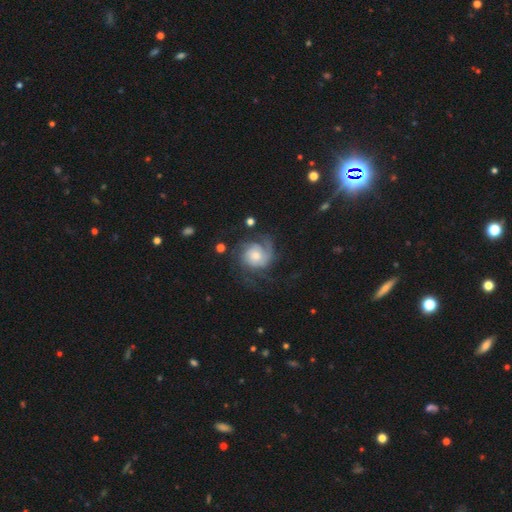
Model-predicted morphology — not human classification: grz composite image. It shows a featured or disk galaxy (76%) with no bar (76%), 2 (29%) tight (44%) spiral arms (93%) and a moderate central bulge (50%). Merging: none (58%).